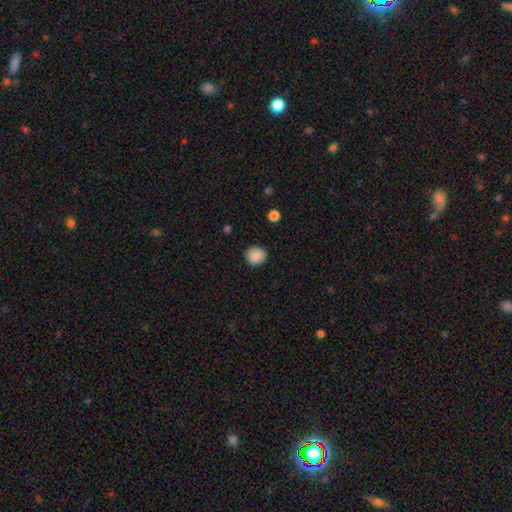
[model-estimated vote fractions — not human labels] Morphology: type=smooth (88%); roundness=round (92%); merging=none (90%).